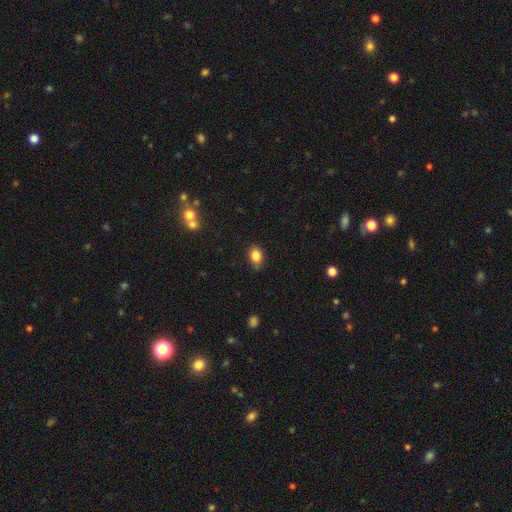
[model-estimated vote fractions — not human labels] Smooth or featured? Predicted: smooth (p=0.85). How rounded? Predicted: in between (p=0.68). Merging? Predicted: none (p=0.79).